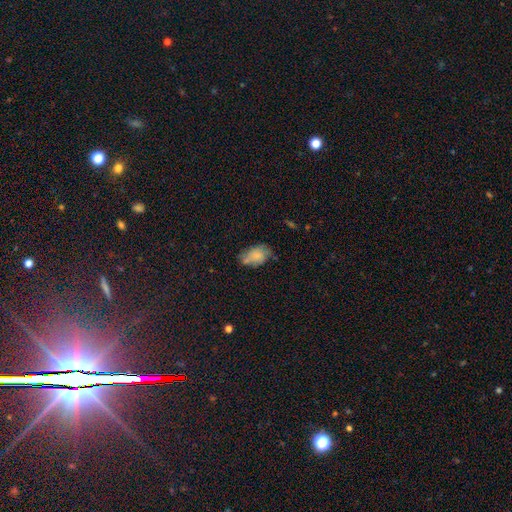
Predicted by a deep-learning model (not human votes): A smooth galaxy with no disk features (70%) that is in between round and cigar-shaped (88%). Merging: none (47%).